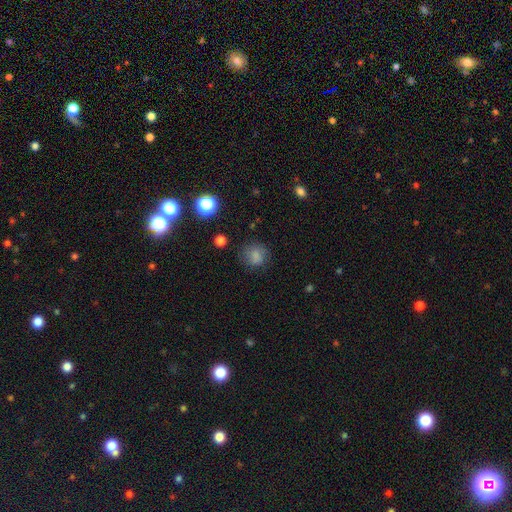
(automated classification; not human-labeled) Smooth or featured: smooth — 78% (star or artifact — 14%)
How rounded: round — 78% (in between — 21%)
Merging: none — 74% (minor disturbance — 17%)